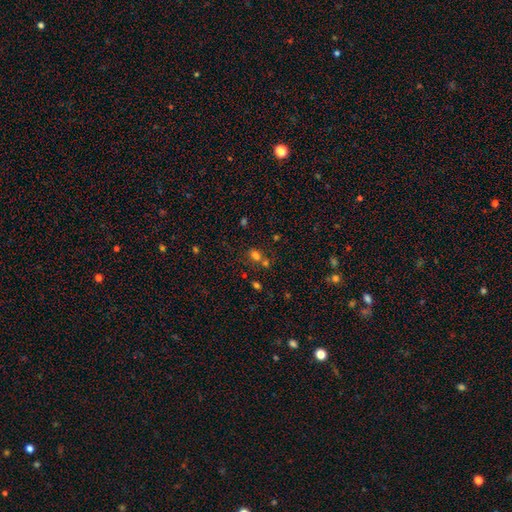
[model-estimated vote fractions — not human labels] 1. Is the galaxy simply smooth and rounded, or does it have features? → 69% smooth, 23% star or artifact, 9% featured or disk.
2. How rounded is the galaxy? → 70% in between, 28% round, 2% cigar-shaped.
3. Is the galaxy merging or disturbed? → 51% none, 30% merger, 13% minor disturbance, 6% major disturbance.